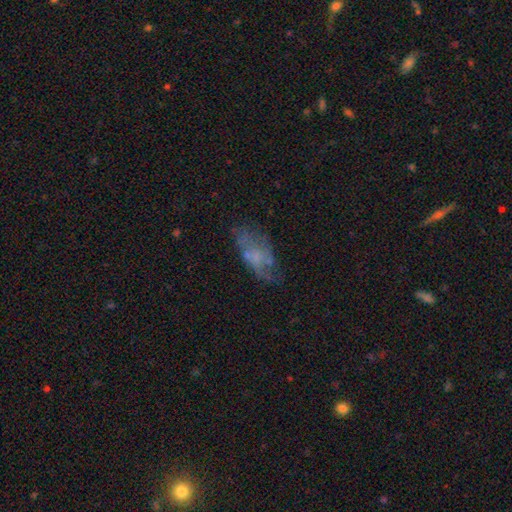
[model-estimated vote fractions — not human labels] This appears to be a featured or disk galaxy (51%). Merging: none (50%).